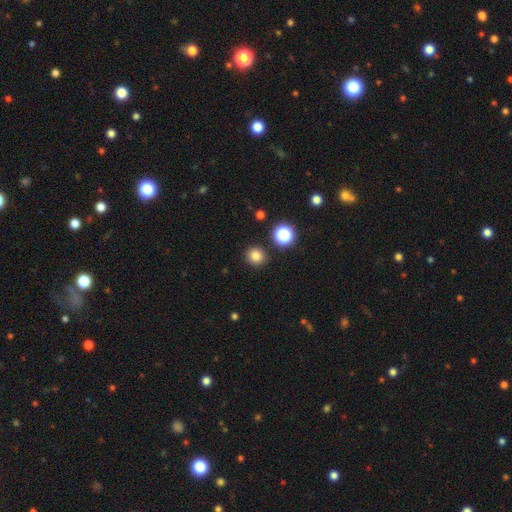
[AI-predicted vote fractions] This is clearly a smooth galaxy (81%). How rounded: clearly round (91%). Merging: clearly none (89%).